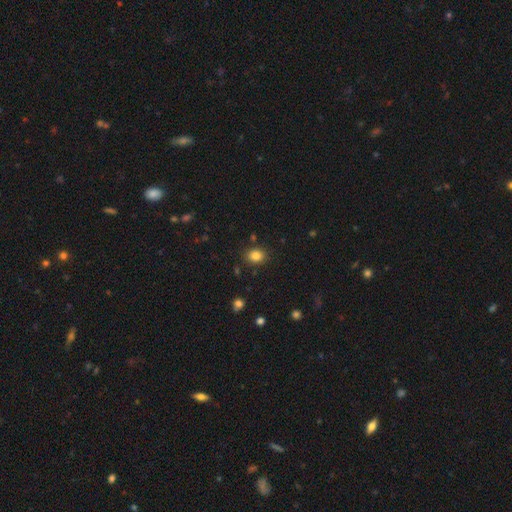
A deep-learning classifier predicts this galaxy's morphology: This appears to be a smooth galaxy with no disk features (83%) that is round (53%). Merging: none (85%).